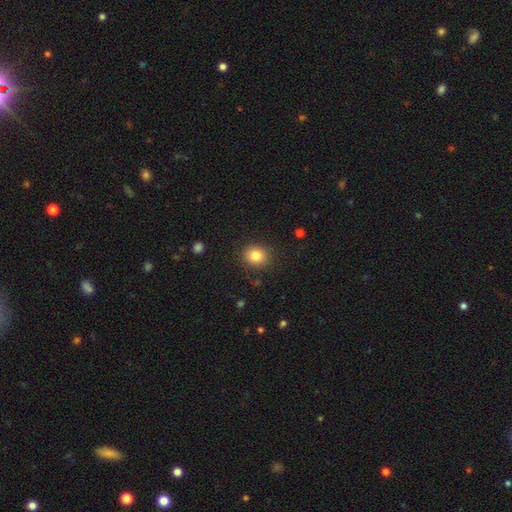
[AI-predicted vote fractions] Overall: smooth (83%). How rounded: round (69%; in between 30%). Merging: none (87%).